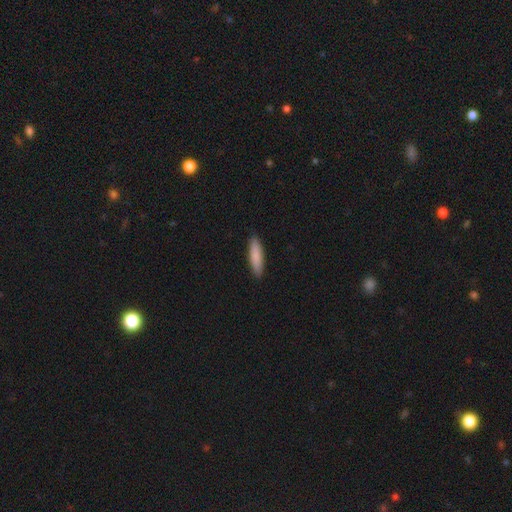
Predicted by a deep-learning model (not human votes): The model was most divided on "how rounded": cigar-shaped: 70%, in between: 28%, round: 1%. More confident: merging — none (90%); smooth or featured — smooth (86%).